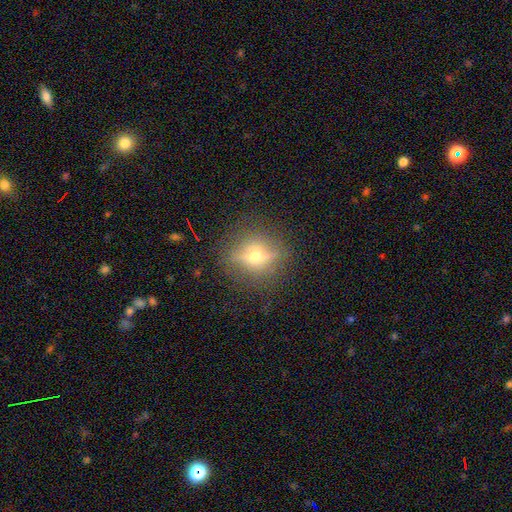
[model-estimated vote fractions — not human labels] Smooth or featured: featured or disk — 61% (smooth — 26%)
Edge-on disk: yes — 71% (no — 29%)
Merging: none — 83% (minor disturbance — 11%)